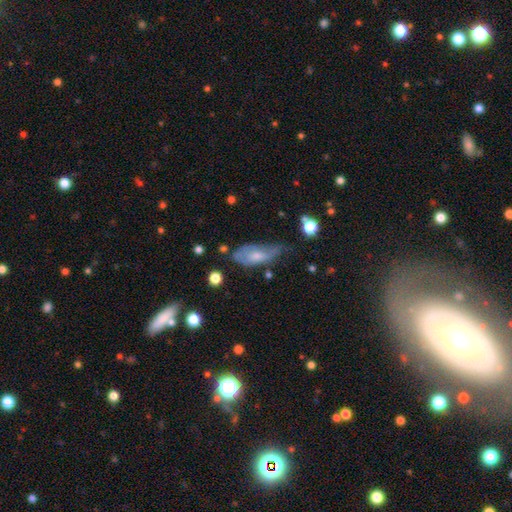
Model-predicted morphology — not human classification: A smooth galaxy with no disk features (56%) that is in between round and cigar-shaped (81%). Merging: minor disturbance (40%).